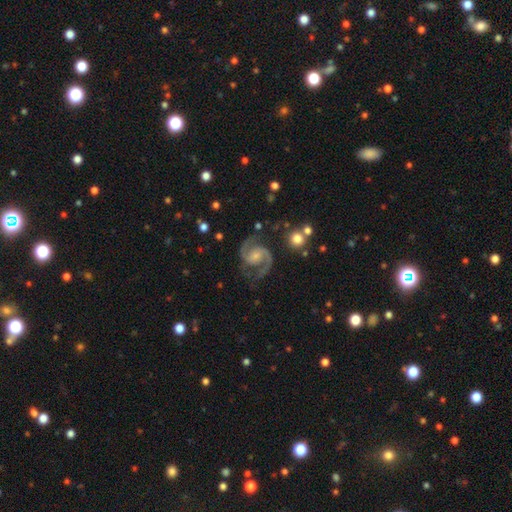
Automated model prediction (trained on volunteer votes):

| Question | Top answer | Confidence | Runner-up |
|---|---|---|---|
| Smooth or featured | featured or disk | 93% | star or artifact (4%) |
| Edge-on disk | no | 98% | yes (2%) |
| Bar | no | 50% | weak (38%) |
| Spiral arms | yes | 98% | no (2%) |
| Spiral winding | medium | 67% | loose (17%) |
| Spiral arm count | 2 | 94% | can't tell (1%) |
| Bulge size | small | 55% | moderate (31%) |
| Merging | none | 78% | minor disturbance (14%) |